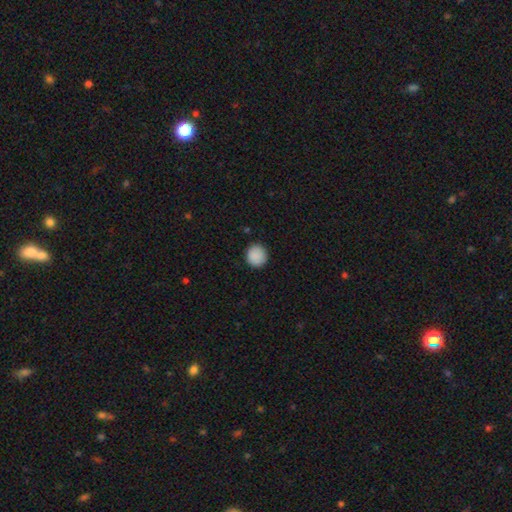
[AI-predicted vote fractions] The model was most divided on "smooth or featured": smooth: 90%, star or artifact: 8%, featured or disk: 3%. More confident: how rounded — round (91%); merging — none (90%).